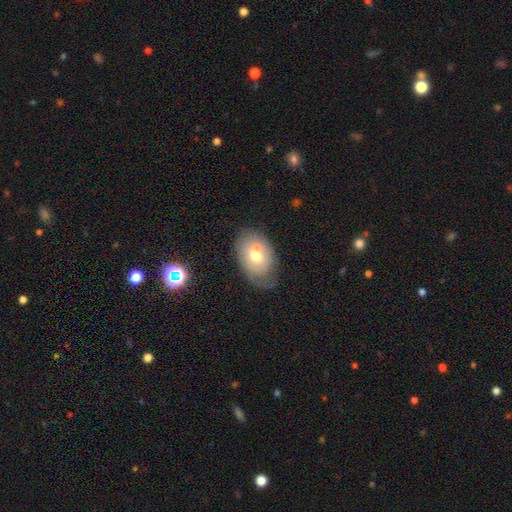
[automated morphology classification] smooth_or_featured: smooth (p=0.54) [alt: featured or disk p=0.38]
how_rounded: in between (p=0.79) [alt: round p=0.20]
merging: none (p=0.40) [alt: merger p=0.27]